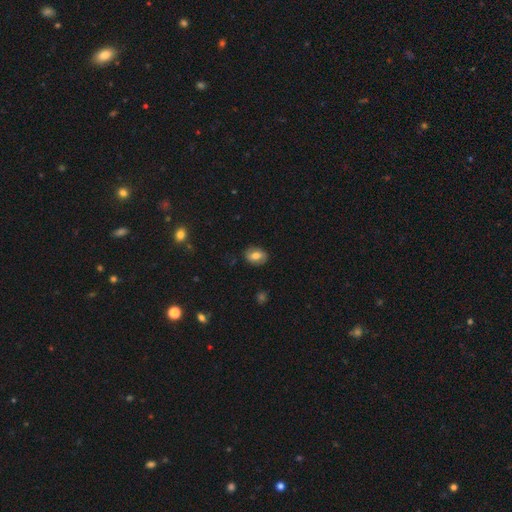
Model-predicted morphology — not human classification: smooth 66%, featured or disk 25%, star or artifact 9%. Down the decision tree: how rounded — in between (73%); merging — none (83%).